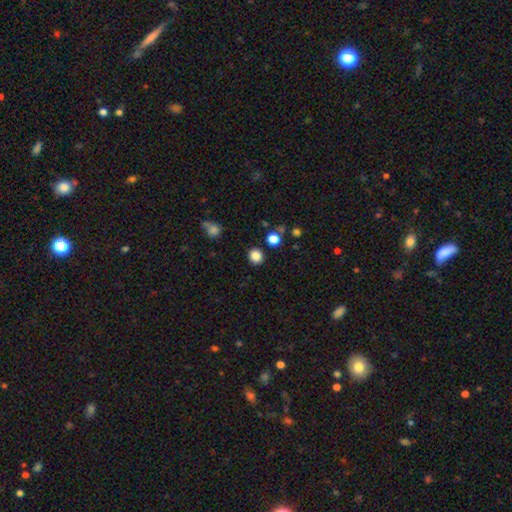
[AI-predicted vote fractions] Overall: smooth (84%). How rounded: round (88%). Merging: none (89%).